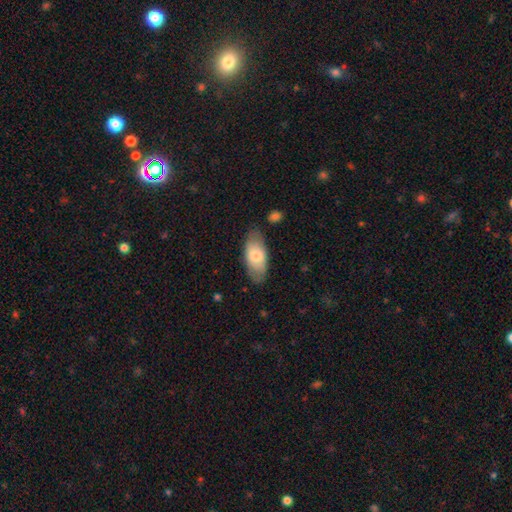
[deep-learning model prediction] This is likely a smooth galaxy (72%). How rounded: clearly in between (89%). Merging: likely none (79%).